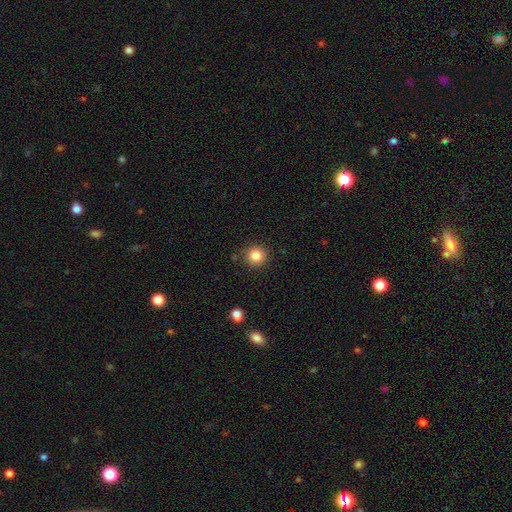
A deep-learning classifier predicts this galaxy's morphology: Smooth or featured? smooth (84%)
How rounded? round (93%)
Merging? none (89%)